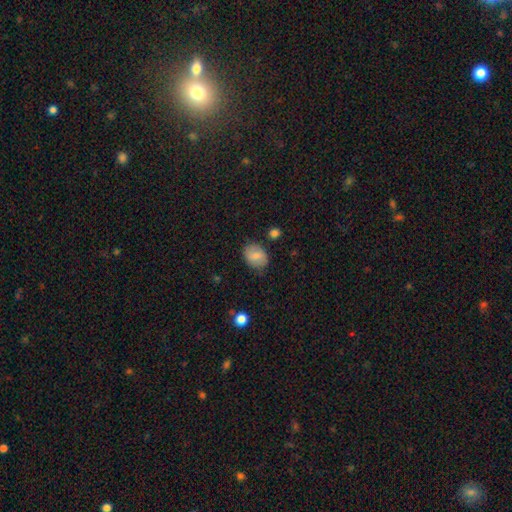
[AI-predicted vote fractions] A smooth galaxy with no disk features (77%) that is in between round and cigar-shaped (63%). Merging: none (79%).